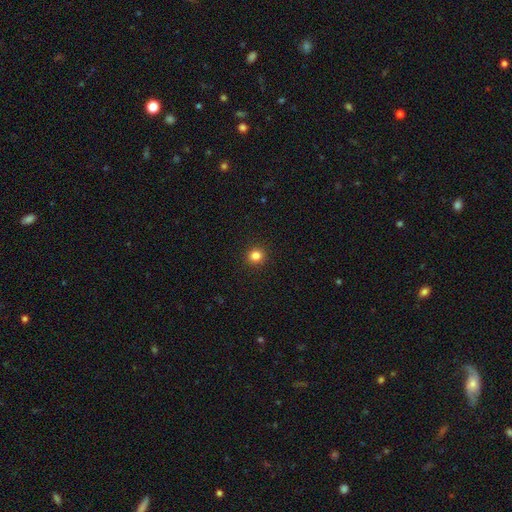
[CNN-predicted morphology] type=smooth (83%); roundness=round (92%); merging=none (93%).